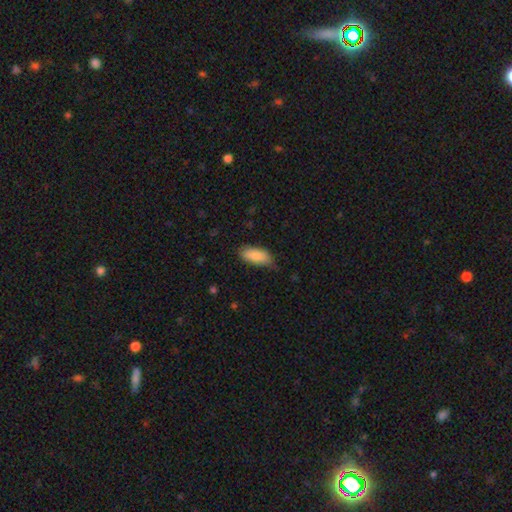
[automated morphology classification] This is clearly a smooth galaxy (88%). How rounded: clearly in between (86%). Merging: likely none (70%).